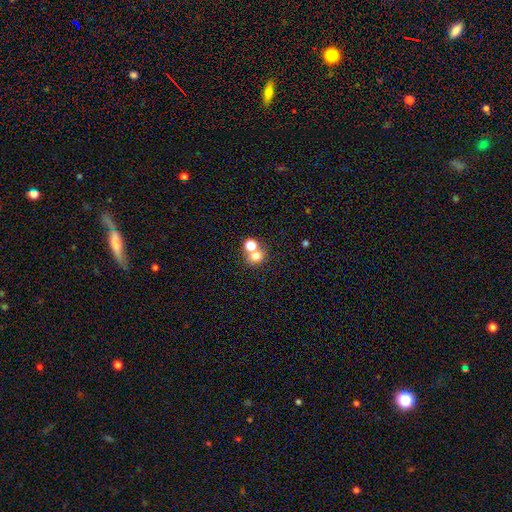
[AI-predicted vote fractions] smooth 74%, star or artifact 15%, featured or disk 11%. Down the decision tree: how rounded — round (75%); merging — merger (45%, tied with none).